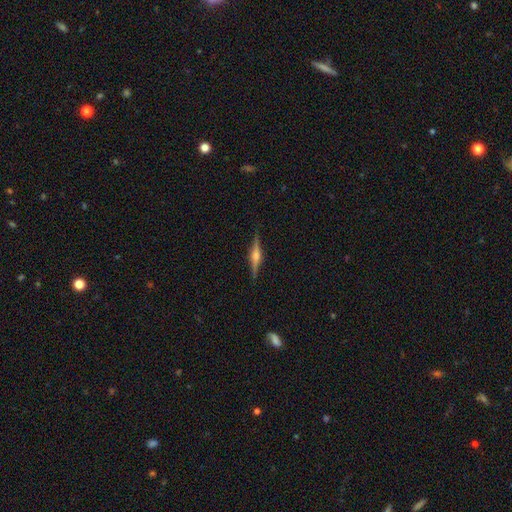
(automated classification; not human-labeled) smooth-or-featured: featured or disk: 81% | smooth: 13% | star or artifact: 6%
  disk-edge-on: yes: 98% | no: 2%
    edge-on-bulge: rounded: 88% | boxy: 9% | none: 2%
  merging: none: 91% | minor disturbance: 7% | major disturbance: 1% | merger: 1%